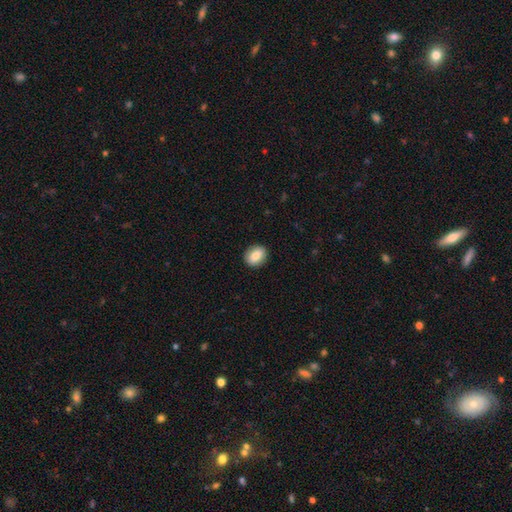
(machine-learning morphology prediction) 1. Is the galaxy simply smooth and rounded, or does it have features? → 83% smooth, 10% featured or disk, 7% star or artifact.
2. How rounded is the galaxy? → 51% round, 48% in between, 1% cigar-shaped.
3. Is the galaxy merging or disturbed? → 90% none, 7% minor disturbance, 2% major disturbance, 1% merger.